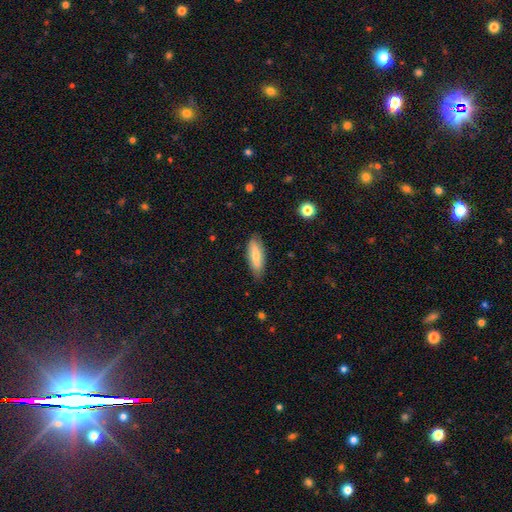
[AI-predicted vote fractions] This appears to be a smooth galaxy with no disk features (69%) that is in between round and cigar-shaped (58%). Merging: none (82%).